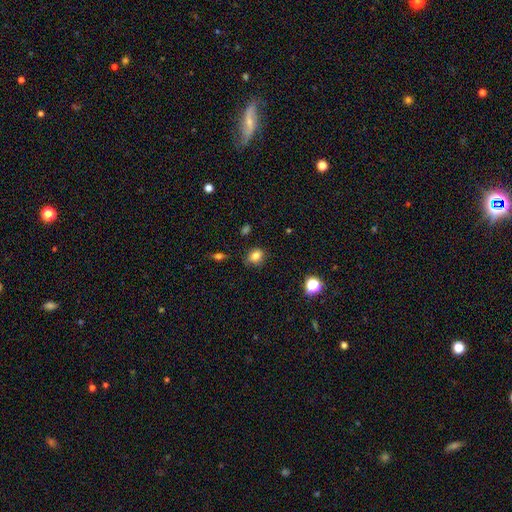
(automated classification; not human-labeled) Overall: smooth (81%). How rounded: round (51%; in between 48%). Merging: none (76%).